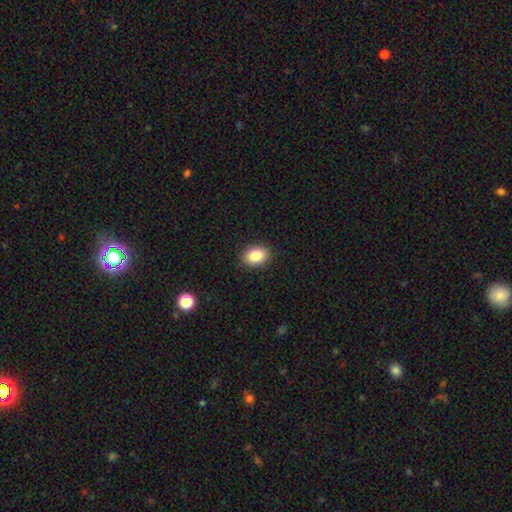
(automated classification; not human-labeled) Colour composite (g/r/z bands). It shows a smooth galaxy with no disk features (86%) that is in between round and cigar-shaped (73%). Merging: none (90%).